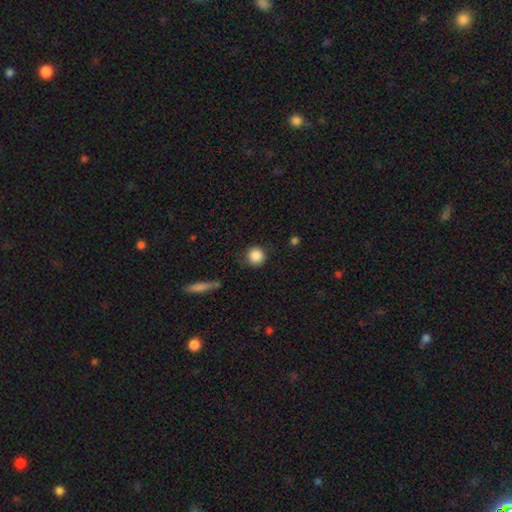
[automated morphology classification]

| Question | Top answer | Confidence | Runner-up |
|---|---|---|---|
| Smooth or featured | smooth | 87% | star or artifact (9%) |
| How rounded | round | 94% | in between (5%) |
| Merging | none | 85% | minor disturbance (10%) |